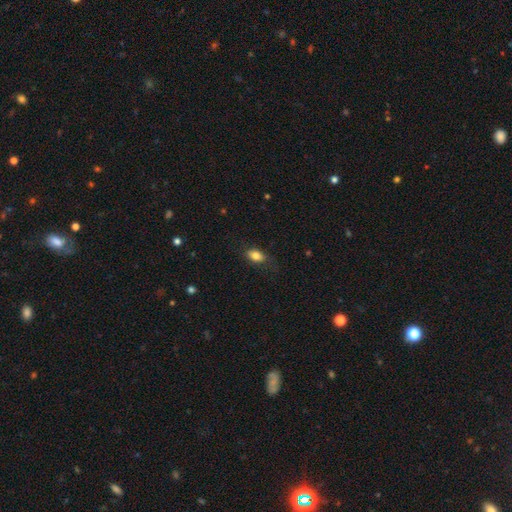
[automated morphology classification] This appears to be a smooth galaxy with no disk features (83%) that is in between round and cigar-shaped (85%). Merging: none (74%).